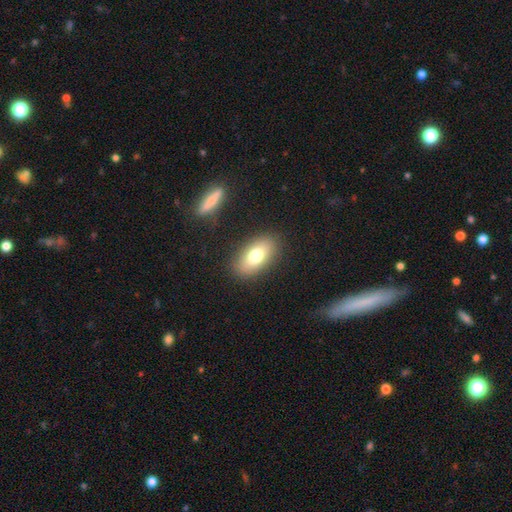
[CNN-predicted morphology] The model was most divided on "smooth or featured": smooth: 74%, featured or disk: 18%, star or artifact: 9%. More confident: how rounded — in between (90%); merging — none (86%).